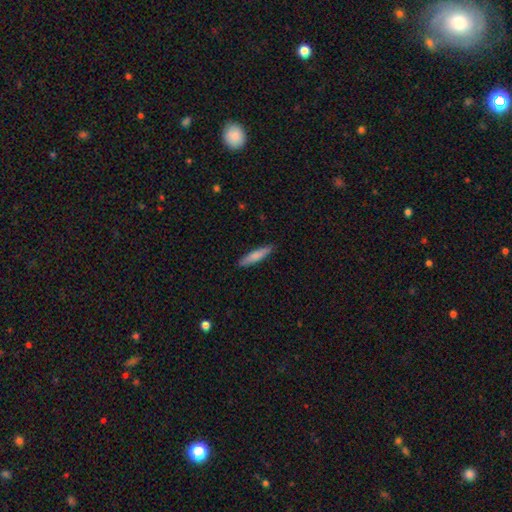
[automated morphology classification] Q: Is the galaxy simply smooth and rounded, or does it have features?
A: smooth — 79%.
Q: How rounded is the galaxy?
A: cigar-shaped — 84%.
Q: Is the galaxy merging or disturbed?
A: none — 88%.